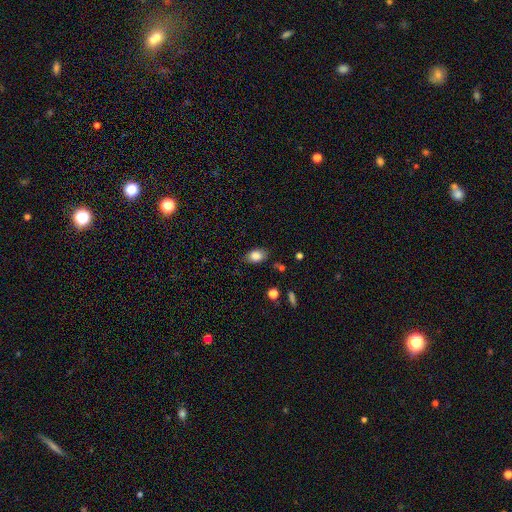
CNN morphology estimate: smooth_or_featured: smooth (p=0.84) [alt: star or artifact p=0.09]
how_rounded: in between (p=0.85) [alt: round p=0.14]
merging: none (p=0.79) [alt: minor disturbance p=0.16]